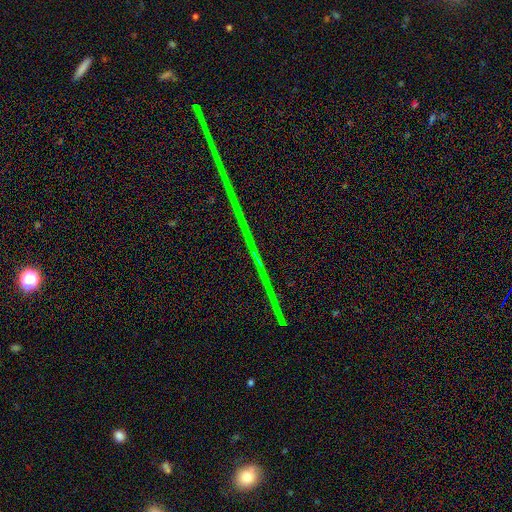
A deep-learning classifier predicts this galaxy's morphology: A star or artifact, not a galaxy (83%).